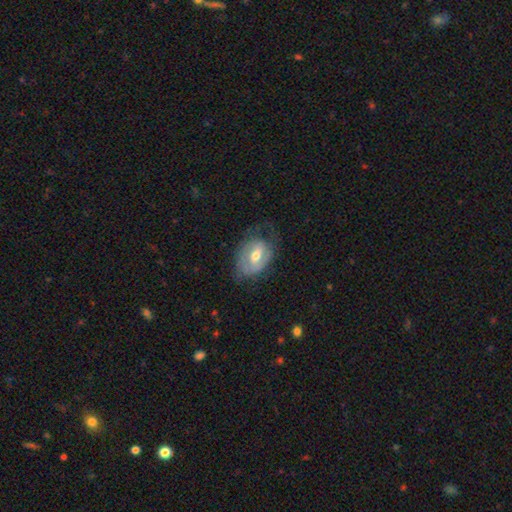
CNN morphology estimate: smooth-or-featured: featured or disk: 57% | smooth: 36% | star or artifact: 6%
  disk-edge-on: no: 94% | yes: 6%
    bar: weak: 47% | no: 30% | strong: 23%
    has-spiral-arms: yes: 55% | no: 45%
    bulge-size: moderate: 72% | small: 20% | large: 6% | none: 1% | dominant: 1%
  merging: none: 52% | minor disturbance: 29% | major disturbance: 18% | merger: 1%